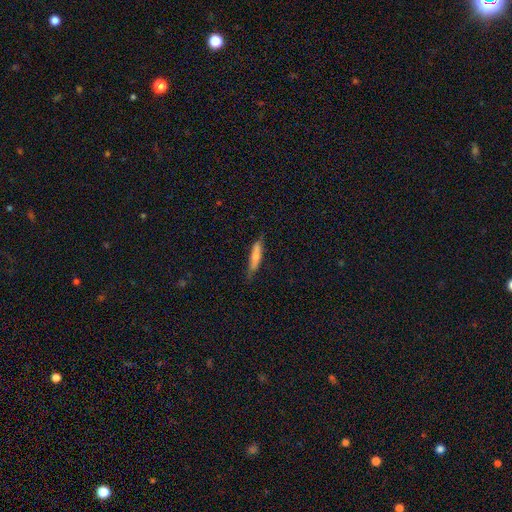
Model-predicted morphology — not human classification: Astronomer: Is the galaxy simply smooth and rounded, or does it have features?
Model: smooth — 65%.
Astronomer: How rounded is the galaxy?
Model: cigar-shaped — 84%.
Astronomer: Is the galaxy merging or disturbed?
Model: none — 74%.